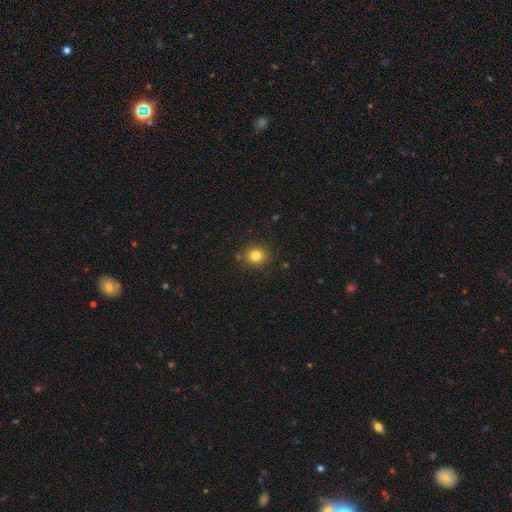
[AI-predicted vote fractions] A smooth galaxy with no disk features (81%) that is round (80%). Merging: none (86%).